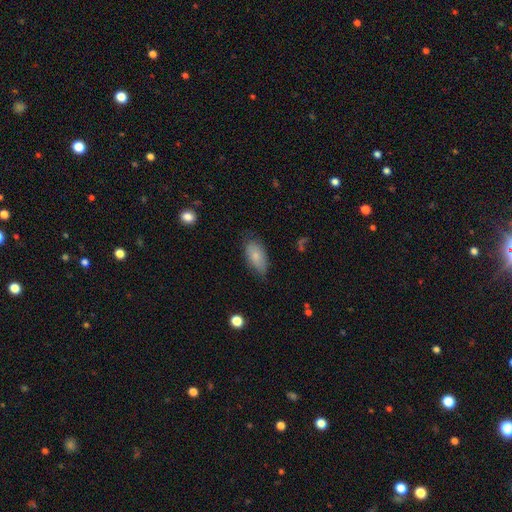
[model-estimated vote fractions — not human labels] smooth 79%, featured or disk 14%, star or artifact 7%. Down the decision tree: how rounded — in between (92%); merging — none (65%).